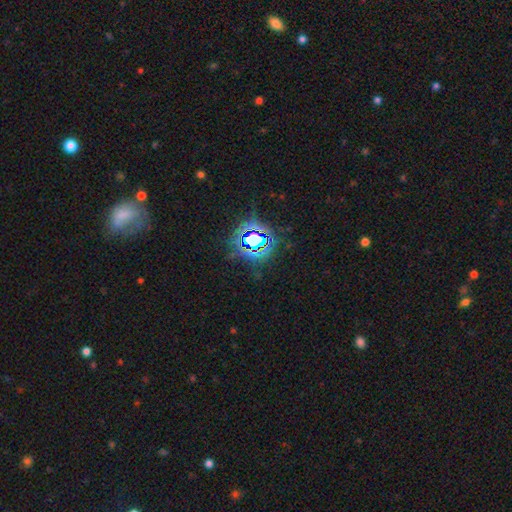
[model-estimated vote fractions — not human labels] A star or artifact, not a galaxy (78%).

Vote fractions:
- Smooth or featured? star or artifact: 78% / smooth: 13% / featured or disk: 9%